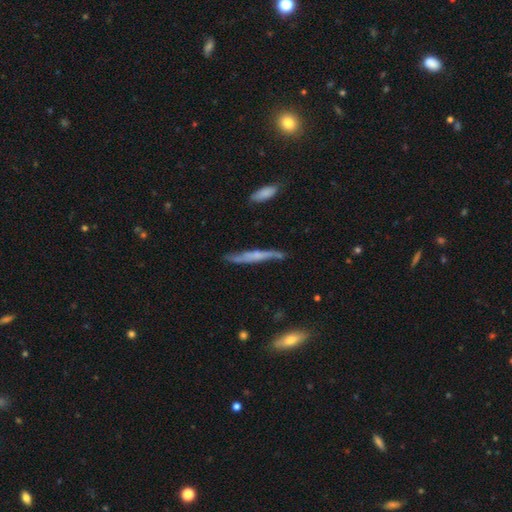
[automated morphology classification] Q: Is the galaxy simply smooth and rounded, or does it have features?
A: featured or disk — 62%.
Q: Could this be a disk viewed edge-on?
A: yes — 79%.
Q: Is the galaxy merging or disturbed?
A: none — 70%.